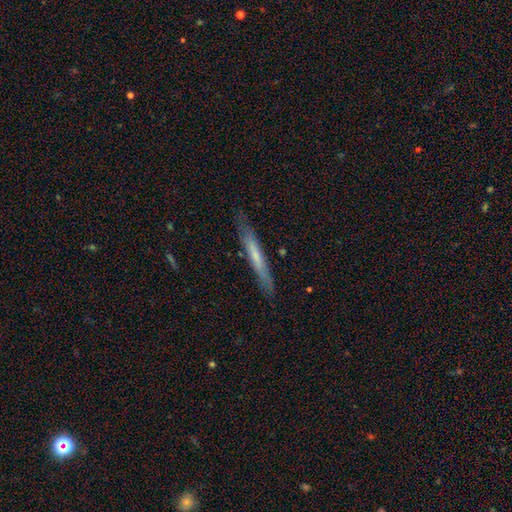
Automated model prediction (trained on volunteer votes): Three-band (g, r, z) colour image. It shows a smooth galaxy with no disk features (49%). Merging: none (84%).